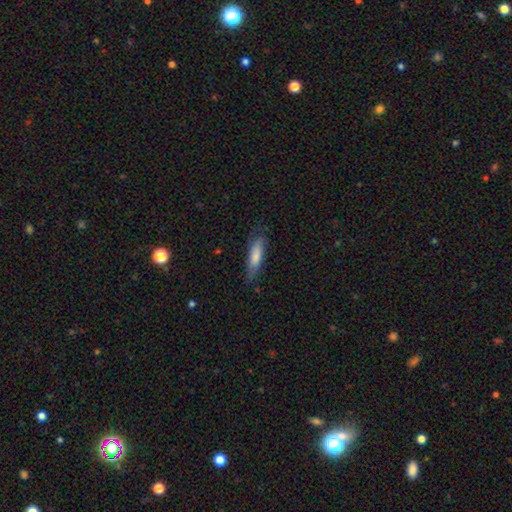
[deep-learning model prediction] The model was most divided on "how rounded": cigar-shaped: 63%, in between: 36%, round: 2%. More confident: smooth or featured — smooth (71%); merging — none (67%).